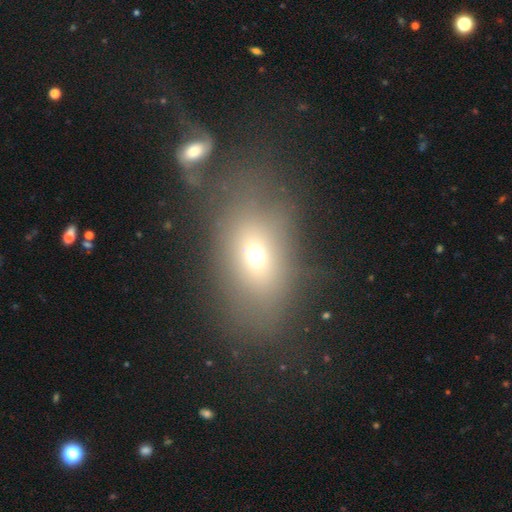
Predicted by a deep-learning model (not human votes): Morphology: type=smooth (63%); roundness=in between (75%); merging=none (54%).